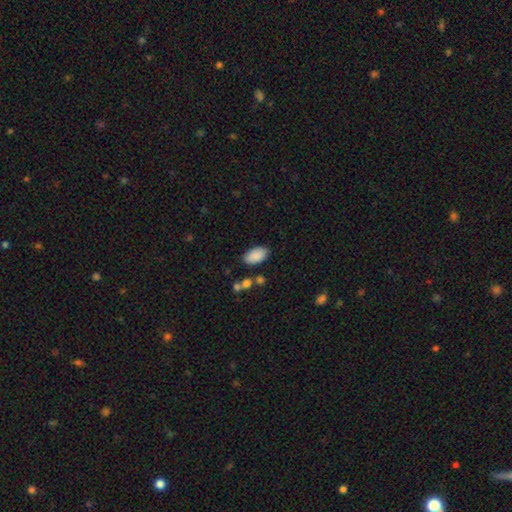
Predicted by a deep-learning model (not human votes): smooth_or_featured: smooth (p=0.89) [alt: star or artifact p=0.07]
how_rounded: in between (p=0.95) [alt: round p=0.03]
merging: none (p=0.82) [alt: minor disturbance p=0.11]